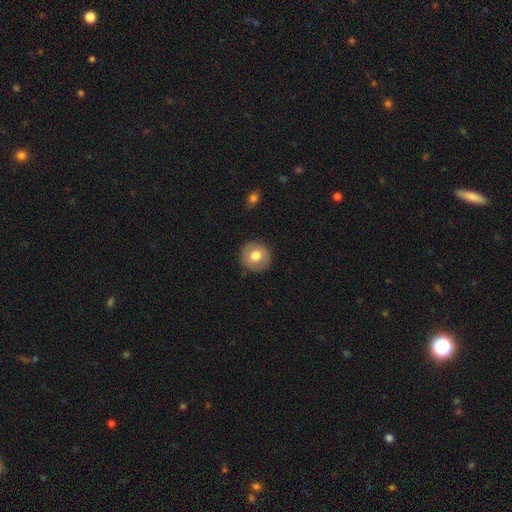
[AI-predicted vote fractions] smooth-or-featured: smooth: 73% | featured or disk: 19% | star or artifact: 8%
  how-rounded: round: 94% | in between: 5% | cigar-shaped: 1%
  merging: none: 91% | minor disturbance: 6% | major disturbance: 2% | merger: 1%